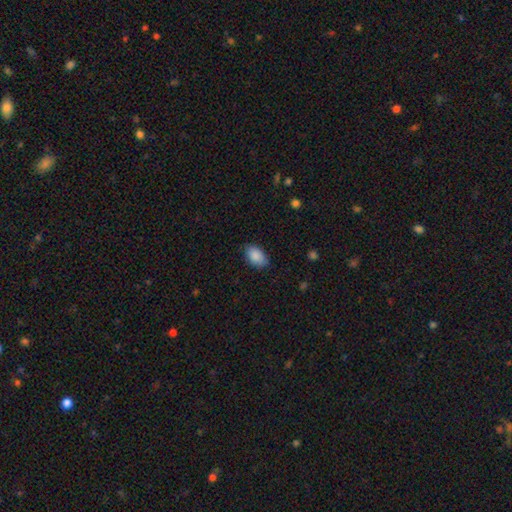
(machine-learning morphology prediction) A smooth galaxy with no disk features (89%) that is in between round and cigar-shaped (92%). Merging: none (82%).